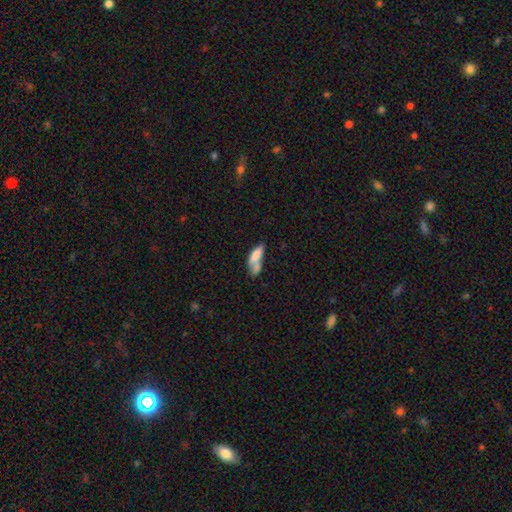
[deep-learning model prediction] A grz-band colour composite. It shows a smooth galaxy with no disk features (74%) that is in between round and cigar-shaped (65%). Merging: merger (49%).